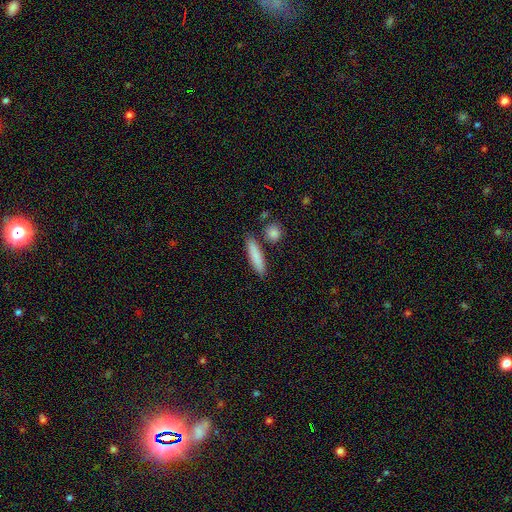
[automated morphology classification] The model was most divided on "how rounded": cigar-shaped: 77%, in between: 20%, round: 2%. More confident: smooth or featured — smooth (84%); merging — none (83%).